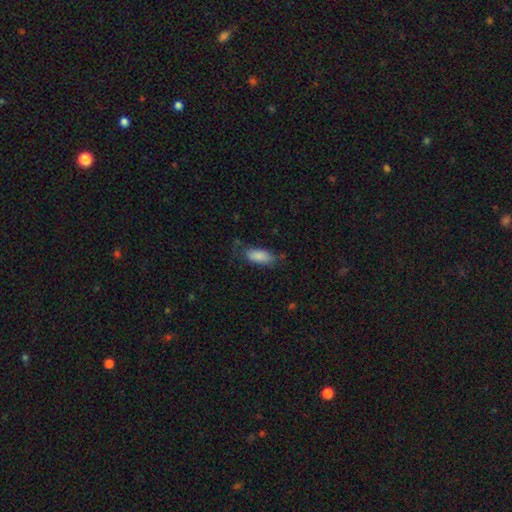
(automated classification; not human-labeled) A smooth galaxy with no disk features (78%) that is in between round and cigar-shaped (74%). Merging: none (68%).